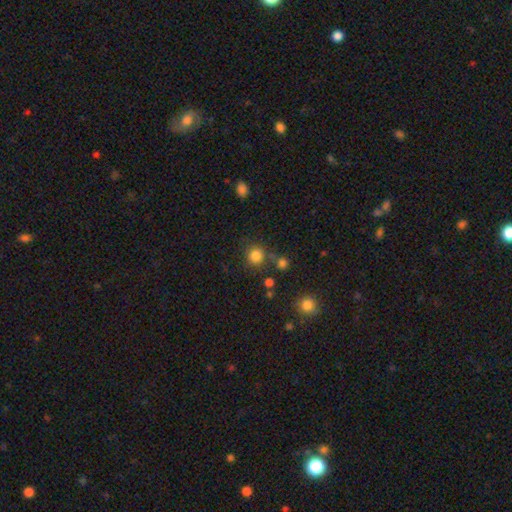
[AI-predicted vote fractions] Overall: smooth (82%). How rounded: round (91%). Merging: none (76%).